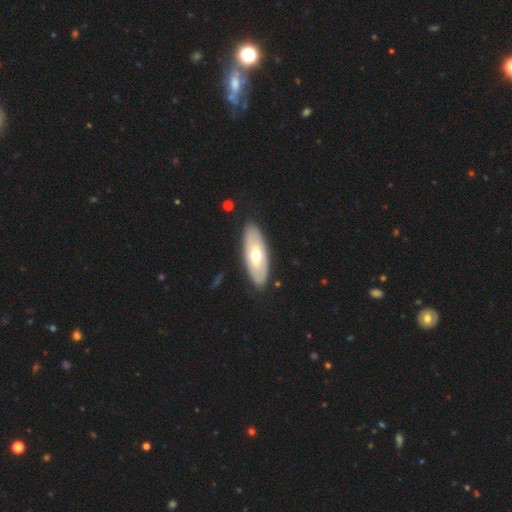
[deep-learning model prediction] smooth_or_featured: smooth (p=0.49) [alt: featured or disk p=0.46]
merging: none (p=0.88) [alt: minor disturbance p=0.08]